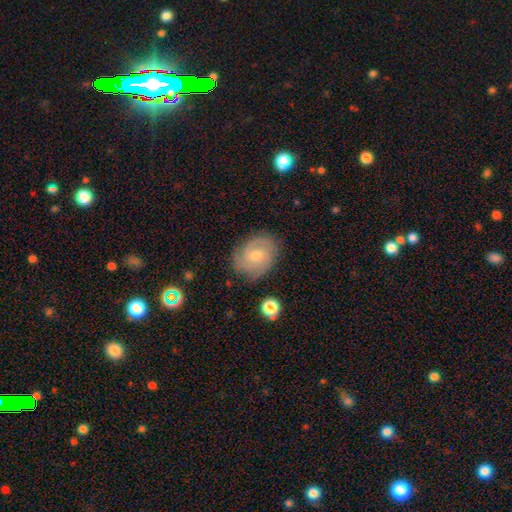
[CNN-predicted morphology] Smooth or featured? featured or disk (70%)
Edge-on disk? no (97%)
Bar? no (62%)
Spiral arms? yes (91%)
Spiral winding? tight (58%)
Spiral arm count? 2 (36%)
Bulge size? moderate (58%)
Merging? none (79%)